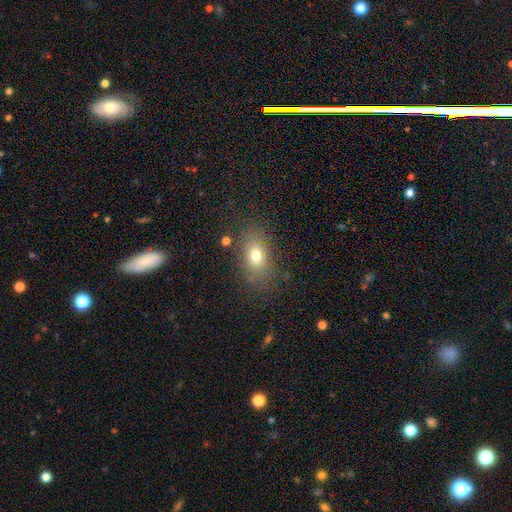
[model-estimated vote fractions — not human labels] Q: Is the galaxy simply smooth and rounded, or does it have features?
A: smooth — 74%.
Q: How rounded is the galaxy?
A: in between — 78%.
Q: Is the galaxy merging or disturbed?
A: none — 79%.